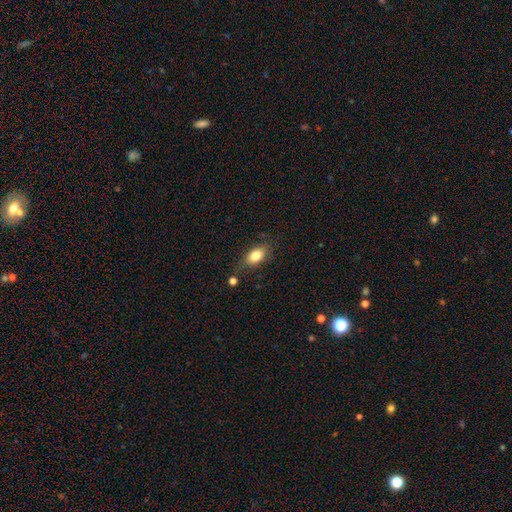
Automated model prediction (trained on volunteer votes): A smooth galaxy with no disk features (81%) that is in between round and cigar-shaped (85%). Merging: none (71%).